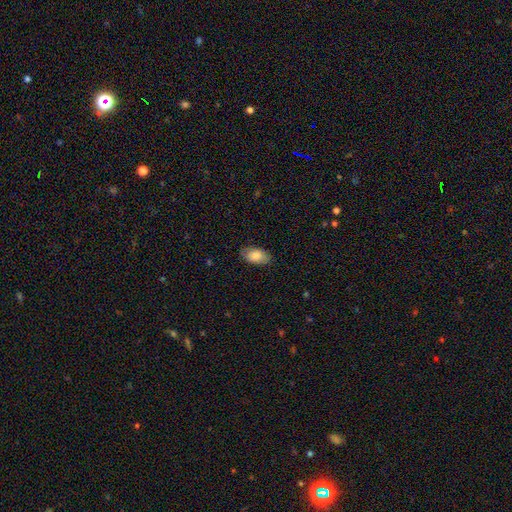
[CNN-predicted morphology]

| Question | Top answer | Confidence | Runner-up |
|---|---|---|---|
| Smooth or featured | smooth | 85% | featured or disk (9%) |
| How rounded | in between | 94% | round (4%) |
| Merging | none | 83% | minor disturbance (14%) |